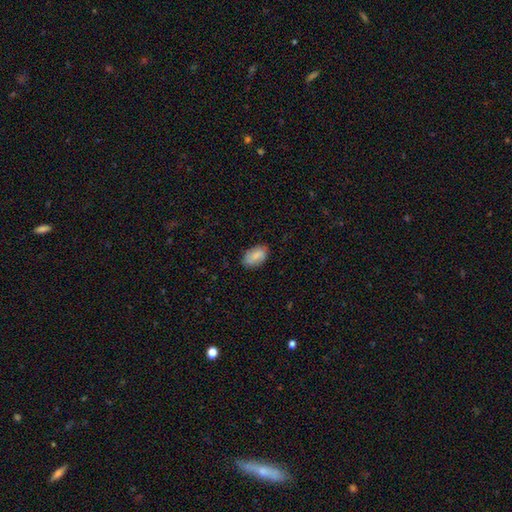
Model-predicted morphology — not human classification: smooth 82%, featured or disk 11%, star or artifact 6%. Down the decision tree: how rounded — in between (94%); merging — none (81%).